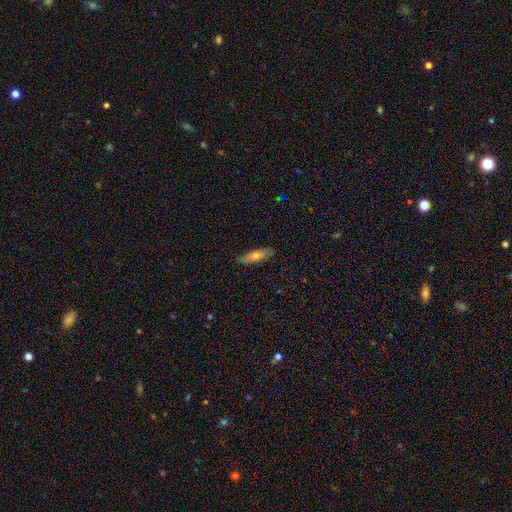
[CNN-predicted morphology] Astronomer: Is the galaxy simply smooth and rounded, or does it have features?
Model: smooth — 62%.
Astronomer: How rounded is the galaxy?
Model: cigar-shaped — 58% (runner-up: in between, 40%).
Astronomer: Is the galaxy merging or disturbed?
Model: none — 84%.